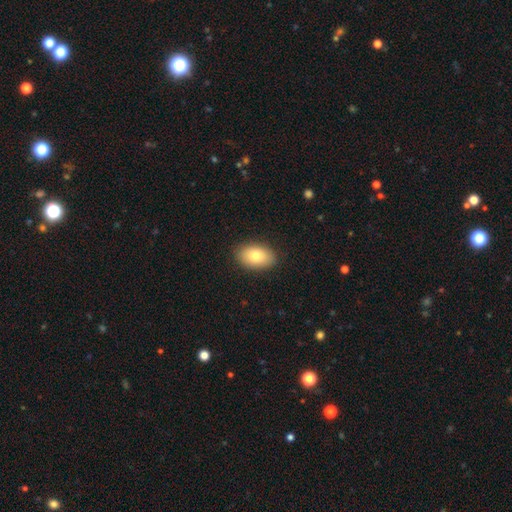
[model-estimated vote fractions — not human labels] This appears to be a smooth galaxy with no disk features (81%) that is in between round and cigar-shaped (91%). Merging: none (88%).